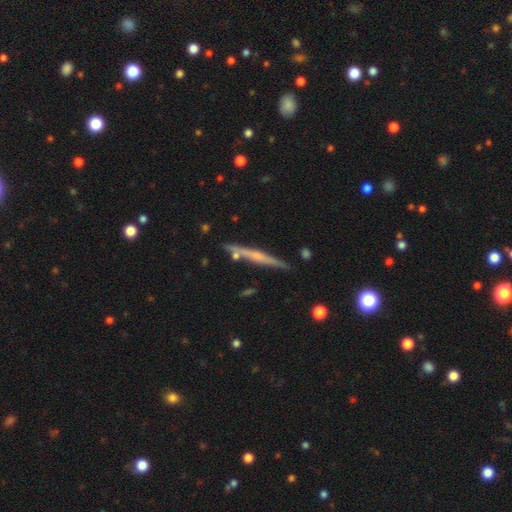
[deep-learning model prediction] A featured or disk galaxy (63%) viewed edge-on (97%) with no central bulge (49%). Merging: none (84%).